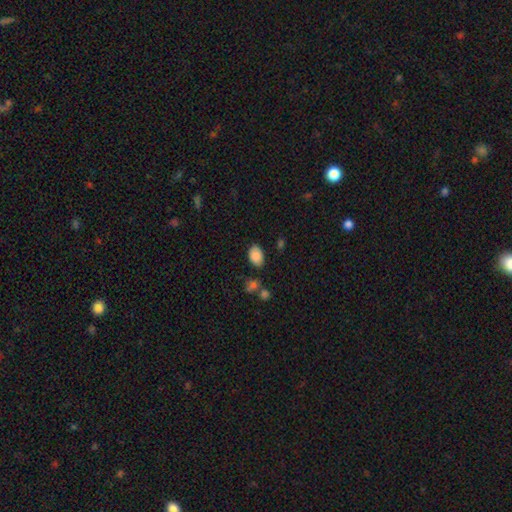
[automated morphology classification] smooth-or-featured: smooth: 87% | star or artifact: 8% | featured or disk: 5%
  how-rounded: in between: 87% | round: 12% | cigar-shaped: 1%
  merging: none: 78% | minor disturbance: 15% | merger: 4% | major disturbance: 3%